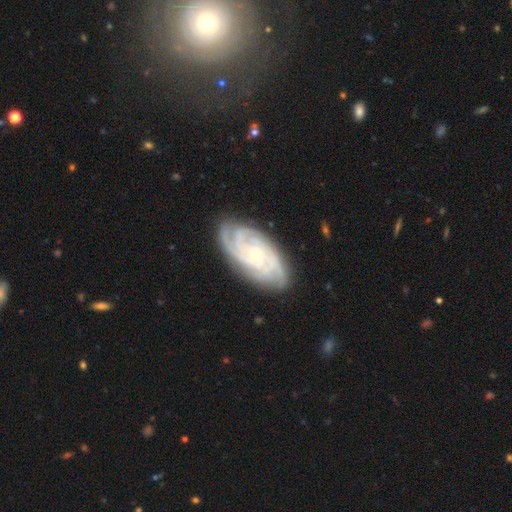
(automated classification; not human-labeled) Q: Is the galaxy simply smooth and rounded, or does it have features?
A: featured or disk — 87%.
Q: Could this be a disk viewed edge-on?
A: no — 95%.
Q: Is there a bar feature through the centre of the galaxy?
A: no — 73%.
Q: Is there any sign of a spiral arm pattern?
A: yes — 98%.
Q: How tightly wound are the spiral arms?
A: tight — 76%.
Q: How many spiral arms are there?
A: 4 — 30%.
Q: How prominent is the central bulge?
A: small — 77%.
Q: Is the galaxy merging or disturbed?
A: none — 81%.